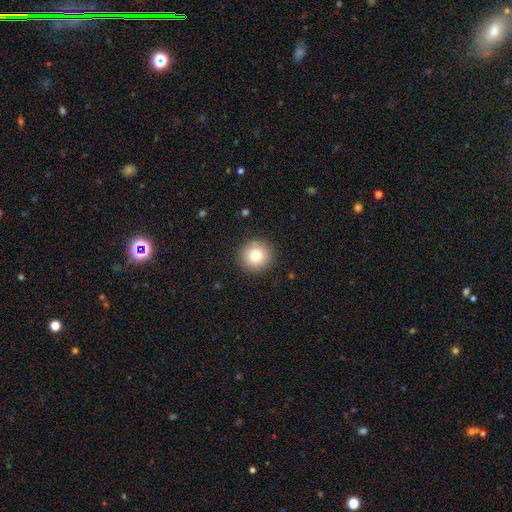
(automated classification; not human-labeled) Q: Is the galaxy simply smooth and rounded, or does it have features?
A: smooth — 79%.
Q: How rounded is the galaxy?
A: round — 95%.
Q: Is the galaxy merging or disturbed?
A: none — 90%.